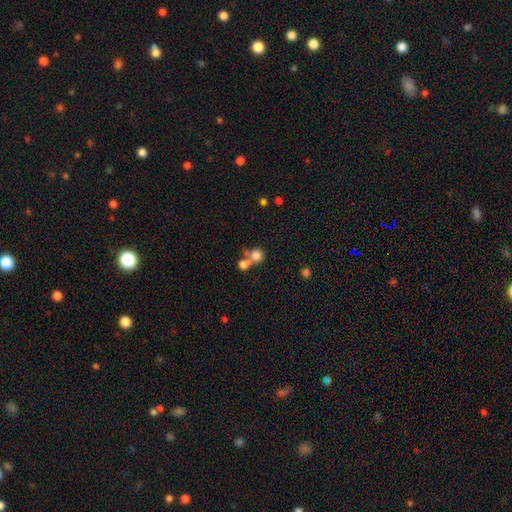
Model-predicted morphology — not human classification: A smooth galaxy with no disk features (75%) that is round (85%).

Vote fractions:
- Smooth or featured? smooth: 75% / star or artifact: 13% / featured or disk: 12%
- How rounded? round: 85% / in between: 13% / cigar-shaped: 1%
- Merging? merger: 51% / none: 38% / minor disturbance: 7% / major disturbance: 5%